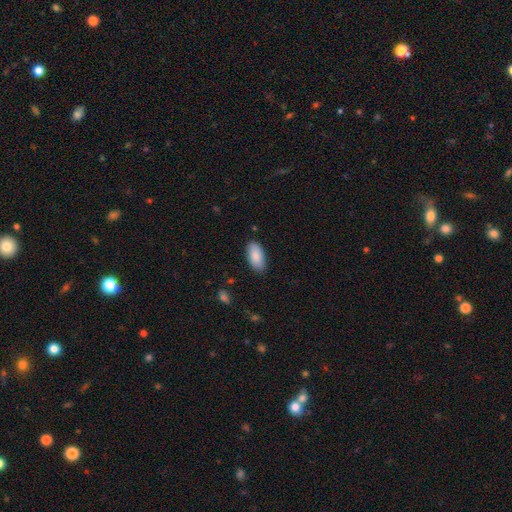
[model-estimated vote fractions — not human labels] Smooth or featured: smooth — 87% (featured or disk — 7%)
How rounded: in between — 94% (cigar-shaped — 4%)
Merging: none — 85% (minor disturbance — 11%)